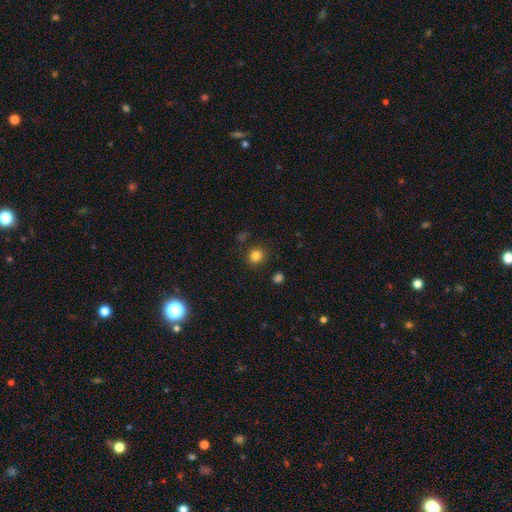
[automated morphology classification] Q: Smooth or featured?
A: smooth (82%); runner-up: star or artifact (13%)
Q: How rounded?
A: round (89%); runner-up: in between (10%)
Q: Merging?
A: none (86%); runner-up: minor disturbance (8%)